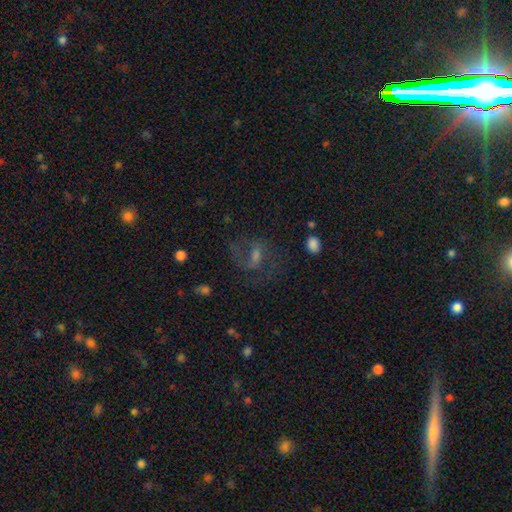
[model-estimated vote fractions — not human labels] Q: Smooth or featured?
A: featured or disk (53%); runner-up: smooth (32%)
Q: Edge-on disk?
A: no (96%); runner-up: yes (4%)
Q: Bar?
A: weak (46%); runner-up: no (33%)
Q: Spiral arms?
A: yes (67%); runner-up: no (33%)
Q: Bulge size?
A: moderate (38%); runner-up: small (31%)
Q: Merging?
A: none (49%); runner-up: major disturbance (31%)